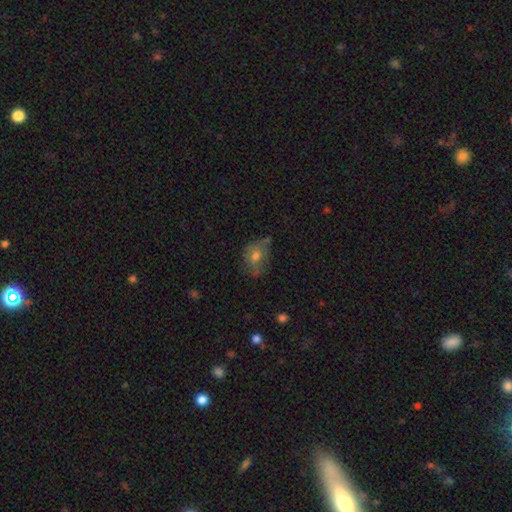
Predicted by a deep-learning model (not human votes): Smooth or featured? Predicted: smooth (p=0.55). How rounded? Predicted: in between (p=0.69). Merging? Predicted: none (p=0.46).